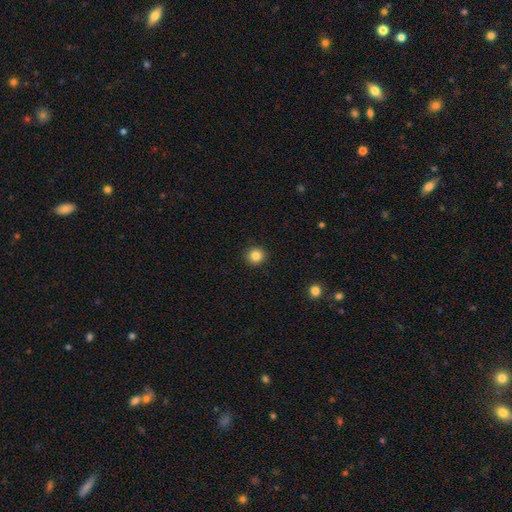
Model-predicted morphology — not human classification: smooth 85%, star or artifact 11%, featured or disk 5%. Down the decision tree: how rounded — round (93%); merging — none (92%).